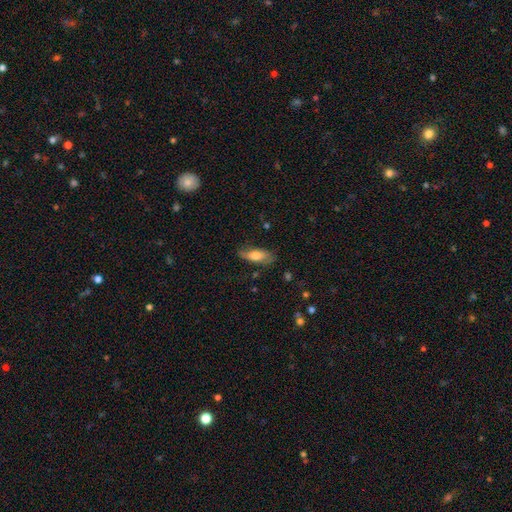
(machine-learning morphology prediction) This is likely a smooth galaxy (70%). How rounded: likely in between (69%). Merging: likely none (74%).